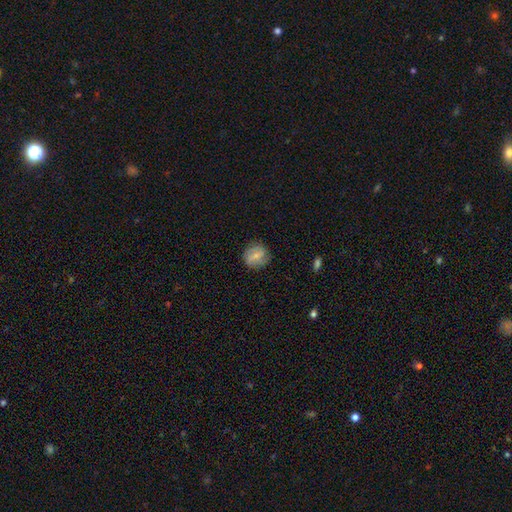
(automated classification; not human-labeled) This is possibly a featured or disk galaxy (48%). Merging: likely none (79%).